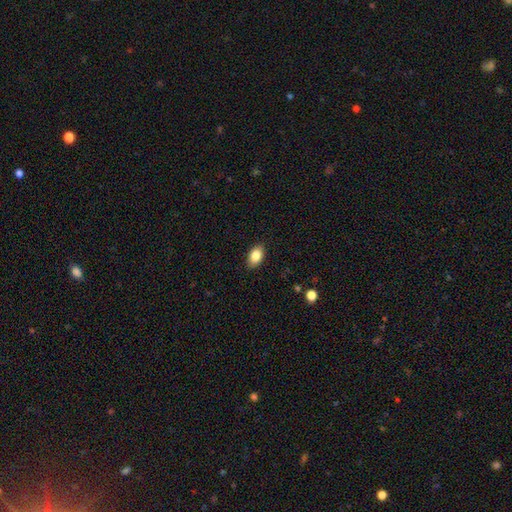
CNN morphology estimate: smooth 85%, star or artifact 8%, featured or disk 8%. Down the decision tree: how rounded — in between (89%); merging — none (88%).